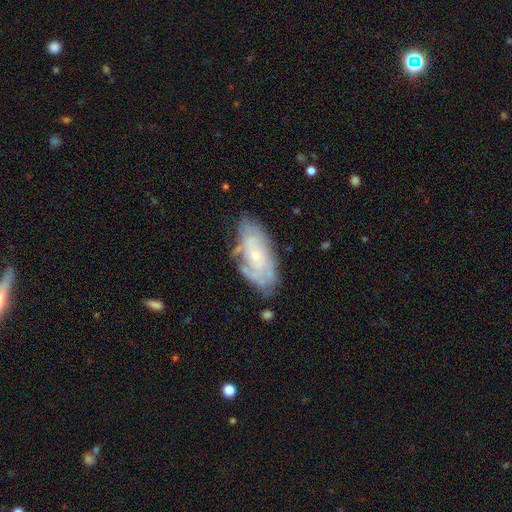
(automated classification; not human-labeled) A featured or disk galaxy (69%) with no bar (80%), spiral arms (74%) and a small central bulge (76%).

Vote fractions:
- Smooth or featured? featured or disk: 69% / smooth: 24% / star or artifact: 7%
- Edge-on disk? no: 92% / yes: 8%
- Bar? no: 80% / weak: 16% / strong: 3%
- Spiral arms? yes: 74% / no: 26%
- Bulge size? small: 76% / moderate: 19% / none: 2% / large: 1% / dominant: 1%
- Merging? none: 65% / minor disturbance: 24% / major disturbance: 8% / merger: 3%